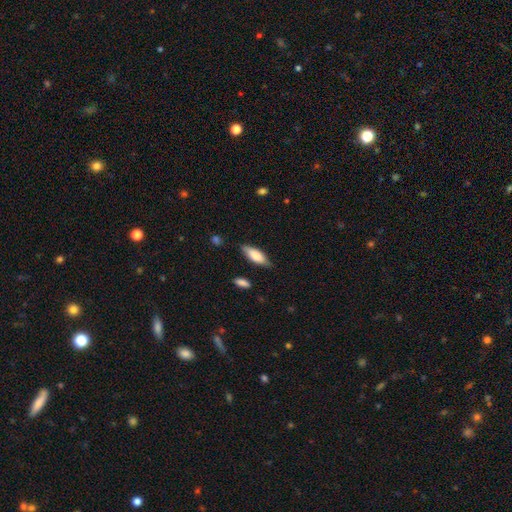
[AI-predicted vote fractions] Smooth or featured? smooth (77%)
How rounded? in between (66%)
Merging? none (79%)